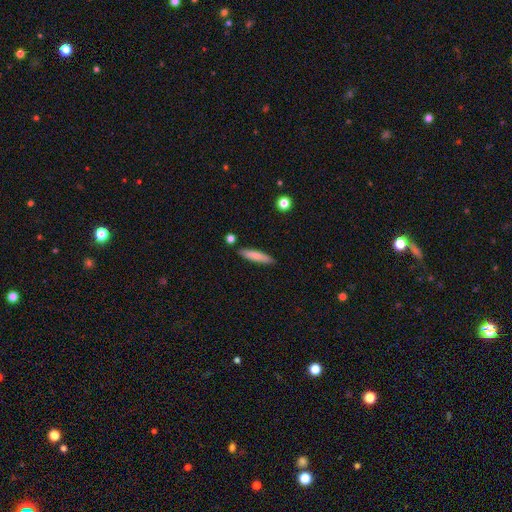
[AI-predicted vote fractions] Morphology: type=smooth (78%); roundness=cigar-shaped (87%); merging=none (85%).